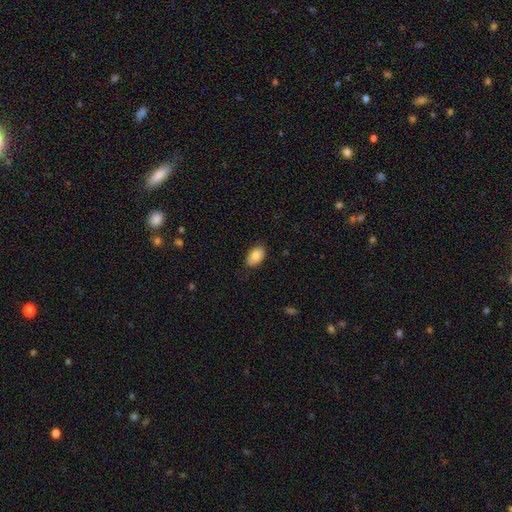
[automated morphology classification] type=smooth (83%); roundness=in between (91%); merging=none (82%).